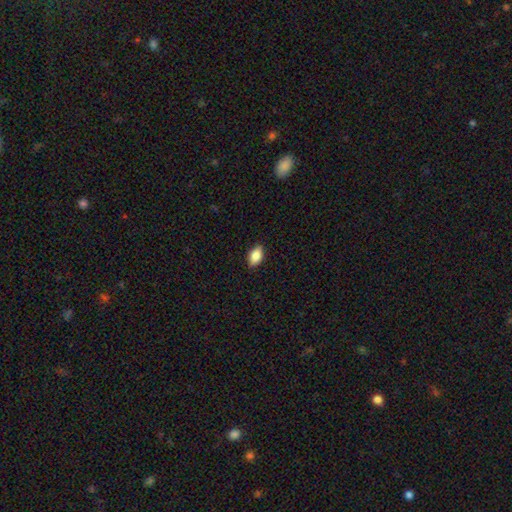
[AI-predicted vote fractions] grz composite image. It shows a smooth galaxy with no disk features (85%) that is in between round and cigar-shaped (90%). Merging: none (88%).